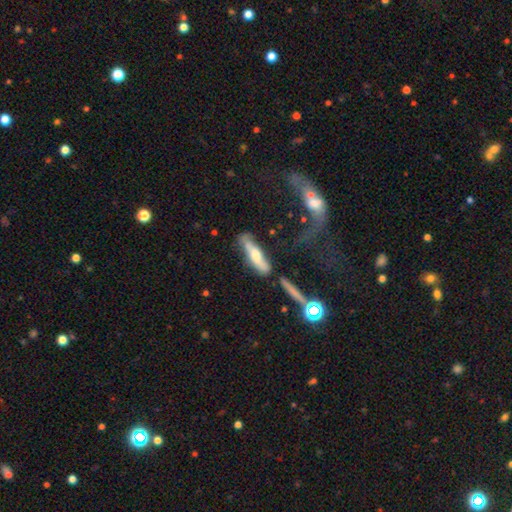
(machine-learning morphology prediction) This appears to be a smooth galaxy with no disk features (51%) that is cigar-shaped (72%). Merging: none (62%).